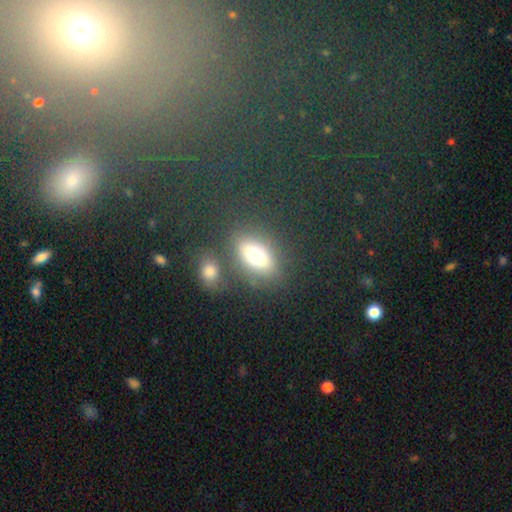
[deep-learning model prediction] Smooth or featured? smooth (67%)
How rounded? in between (79%)
Merging? none (69%)